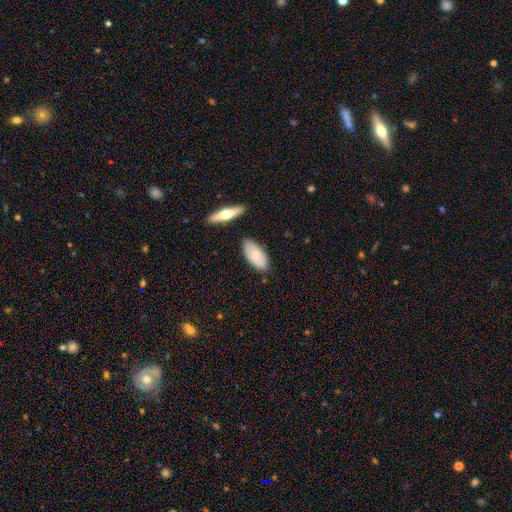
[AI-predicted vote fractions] This appears to be a smooth galaxy with no disk features (62%) that is in between round and cigar-shaped (91%). Merging: none (74%).